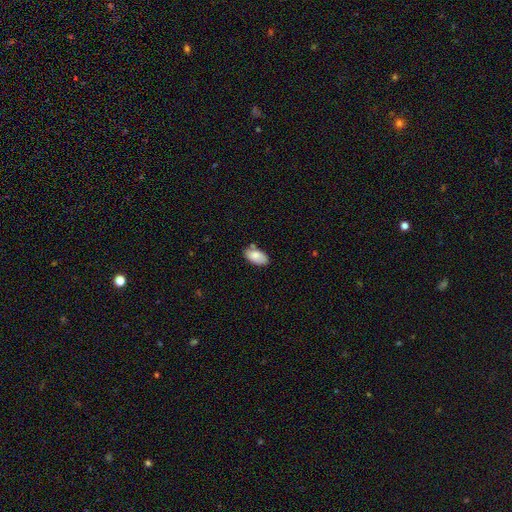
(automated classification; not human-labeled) Overall: smooth (84%). How rounded: in between (95%). Merging: none (70%).